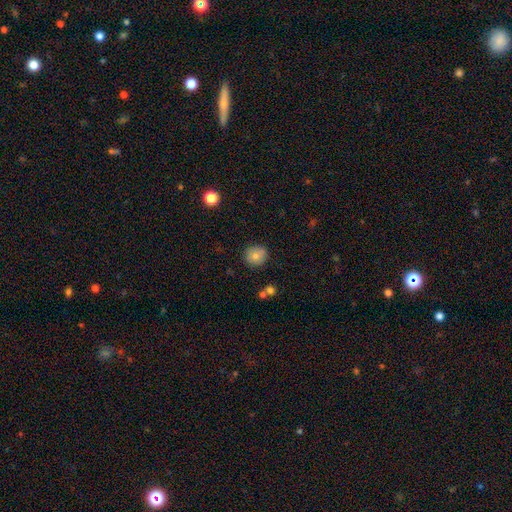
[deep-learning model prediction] The model was most divided on "smooth or featured": smooth: 77%, featured or disk: 13%, star or artifact: 10%. More confident: how rounded — round (90%); merging — none (83%).